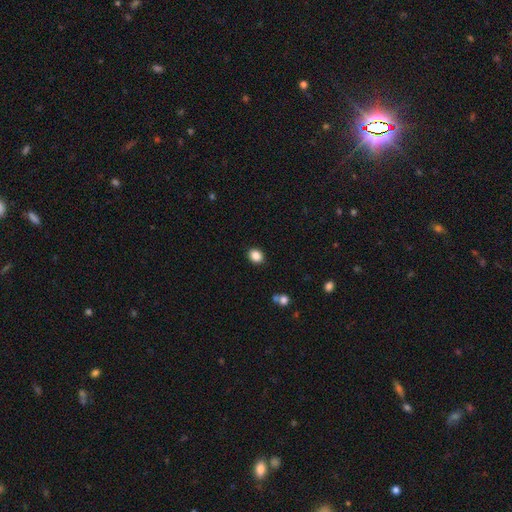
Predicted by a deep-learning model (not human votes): smooth_or_featured: smooth (p=0.86) [alt: star or artifact p=0.10]
how_rounded: round (p=0.54) [alt: in between p=0.45]
merging: none (p=0.89) [alt: minor disturbance p=0.07]